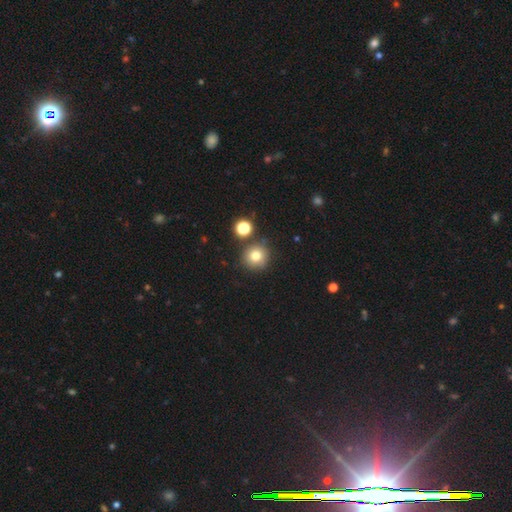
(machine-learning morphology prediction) Q: Smooth or featured?
A: smooth (77%); runner-up: star or artifact (14%)
Q: How rounded?
A: round (92%); runner-up: in between (7%)
Q: Merging?
A: none (79%); runner-up: minor disturbance (9%)